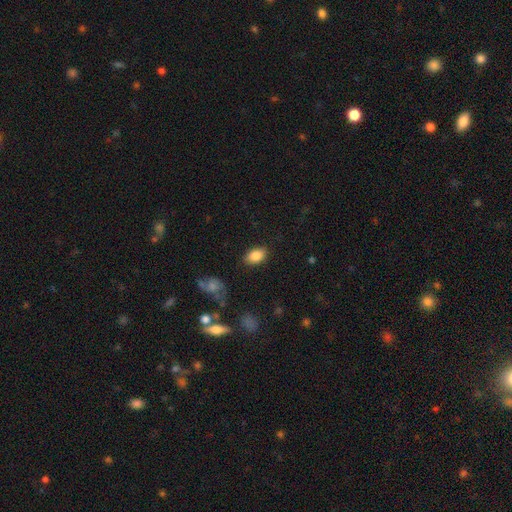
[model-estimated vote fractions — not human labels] Overall: smooth (85%). How rounded: in between (88%). Merging: none (85%).